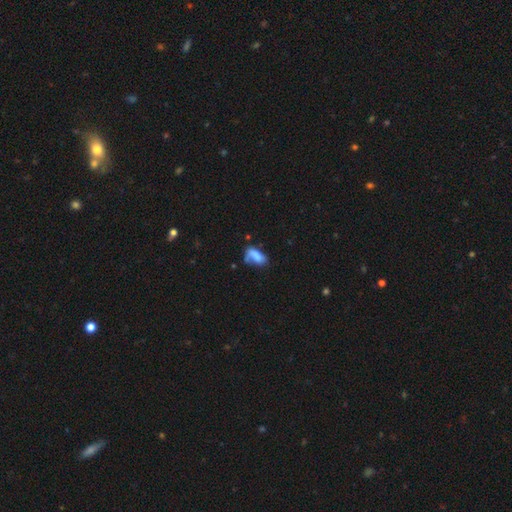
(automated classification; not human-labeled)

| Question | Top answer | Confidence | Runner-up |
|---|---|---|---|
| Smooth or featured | smooth | 68% | featured or disk (22%) |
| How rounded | in between | 84% | cigar-shaped (11%) |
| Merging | none | 36% | minor disturbance (28%) |